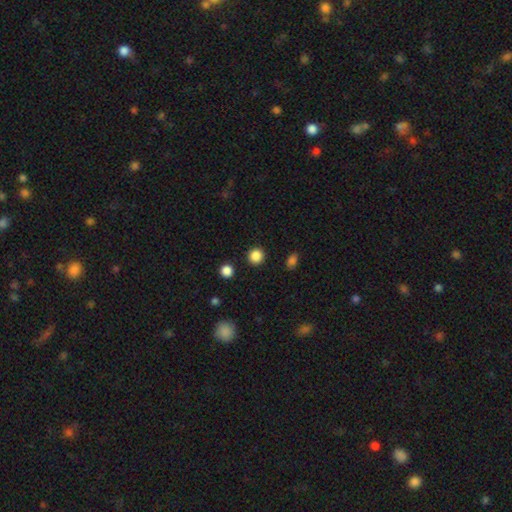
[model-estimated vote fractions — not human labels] This appears to be a smooth galaxy with no disk features (86%) that is round (93%). Merging: none (91%).